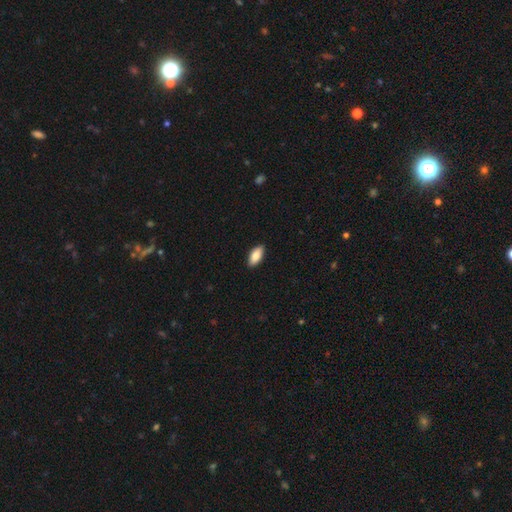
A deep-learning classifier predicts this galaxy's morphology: type=smooth (86%); roundness=in between (90%); merging=none (90%).